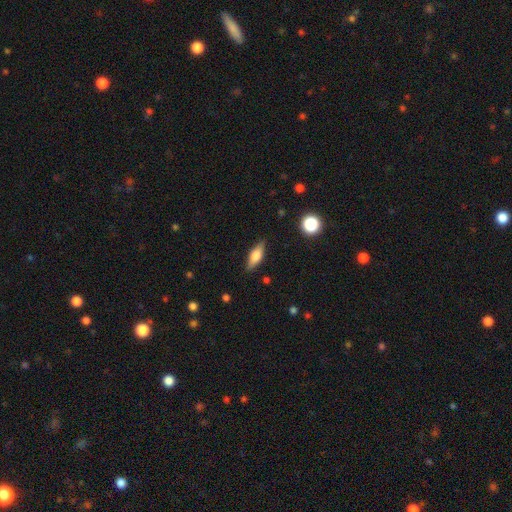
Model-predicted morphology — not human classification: Overall: smooth (55%; featured or disk 37%). How rounded: in between (62%; cigar-shaped 34%). Merging: none (85%).